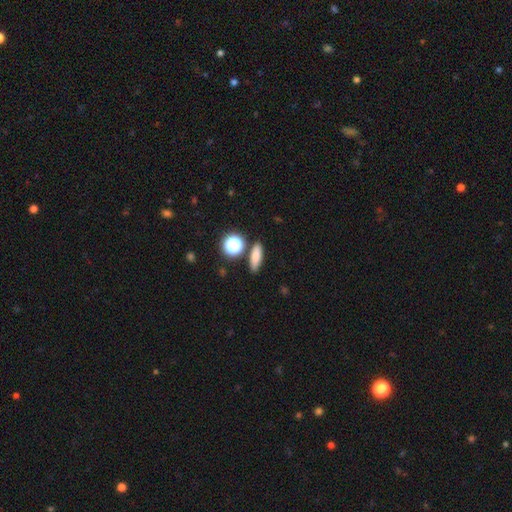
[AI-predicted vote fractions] The model was most divided on "how rounded": in between: 46%, cigar-shaped: 39%, round: 15%. More confident: merging — none (81%); smooth or featured — smooth (79%).